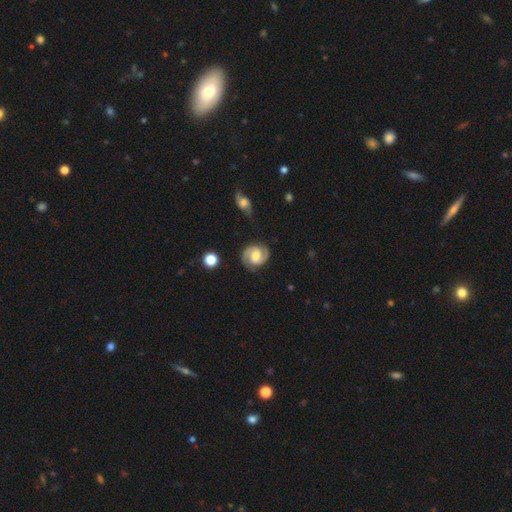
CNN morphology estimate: This is clearly a featured or disk galaxy (85%). It is clearly not viewed edge-on (98%). Bar: possibly weak (46%). Spiral arm pattern: clearly yes (97%). Spiral arm count: clearly 2 (93%). Spiral winding: possibly medium (50%). Central bulge: likely moderate (61%). Merging: clearly none (83%).